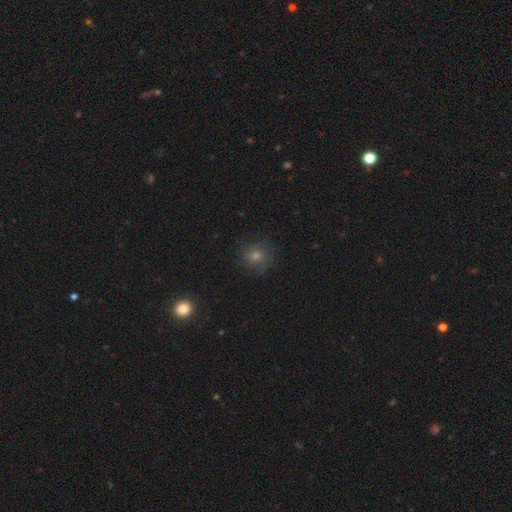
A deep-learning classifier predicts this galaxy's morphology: Smooth or featured? smooth (54%)
How rounded? round (90%)
Merging? none (82%)